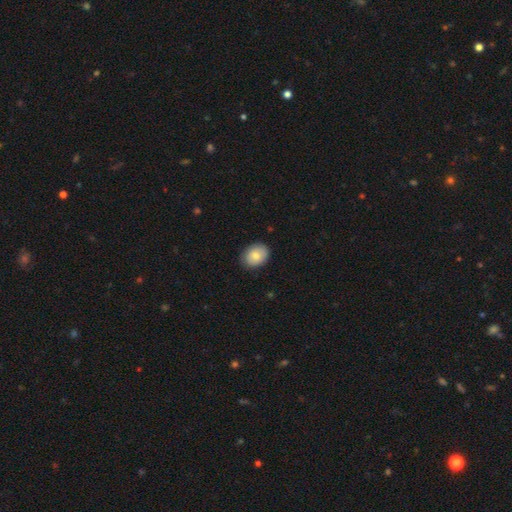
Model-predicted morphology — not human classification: Smooth or featured?
  - smooth: 81% *
  - featured or disk: 12%
  - star or artifact: 7%
How rounded?
  - in between: 58% *
  - round: 41%
  - cigar-shaped: 1%
Merging?
  - none: 86% *
  - minor disturbance: 11%
  - major disturbance: 2%
  - merger: 1%